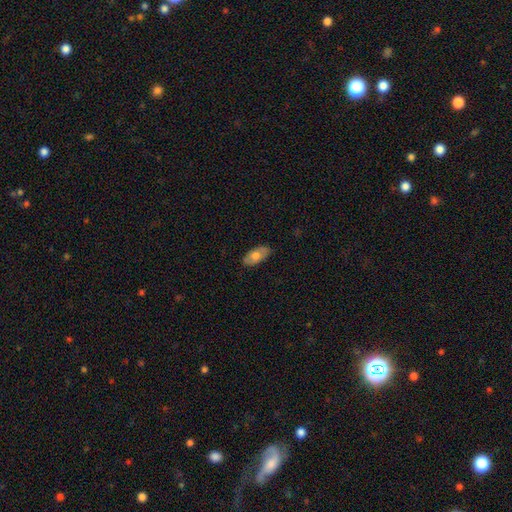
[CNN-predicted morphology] Smooth or featured? Predicted: smooth (p=0.69). How rounded? Predicted: in between (p=0.90). Merging? Predicted: none (p=0.82).